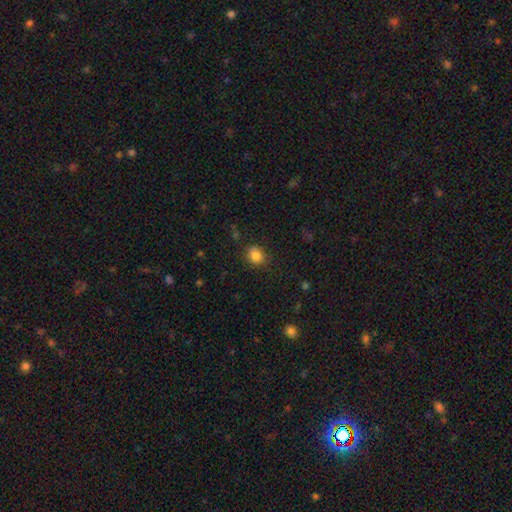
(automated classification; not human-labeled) Smooth or featured: smooth — 84% (star or artifact — 11%)
How rounded: round — 63% (in between — 36%)
Merging: none — 82% (minor disturbance — 13%)